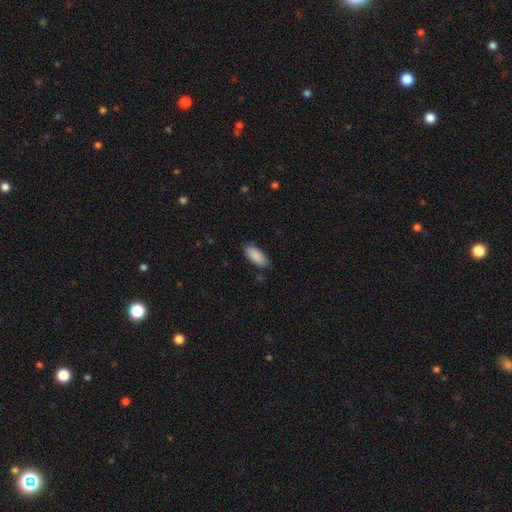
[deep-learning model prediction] A smooth galaxy with no disk features (90%) that is in between round and cigar-shaped (85%).

Vote fractions:
- Smooth or featured? smooth: 90% / star or artifact: 6% / featured or disk: 4%
- How rounded? in between: 85% / cigar-shaped: 13% / round: 2%
- Merging? none: 84% / minor disturbance: 12% / major disturbance: 2% / merger: 1%